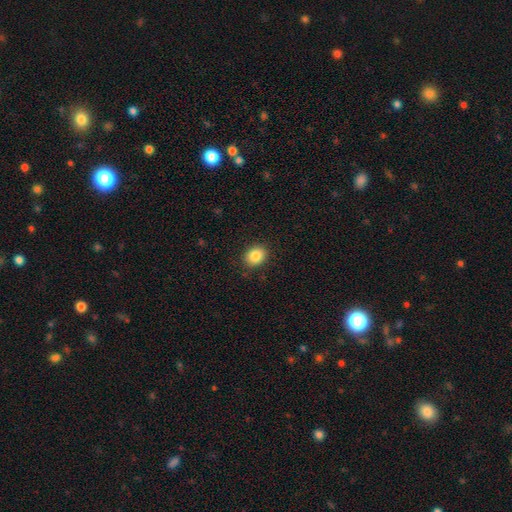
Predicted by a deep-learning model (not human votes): Smooth or featured?
  - smooth: 86% *
  - star or artifact: 9%
  - featured or disk: 5%
How rounded?
  - round: 56% *
  - in between: 43%
  - cigar-shaped: 1%
Merging?
  - none: 87% *
  - minor disturbance: 9%
  - major disturbance: 3%
  - merger: 1%